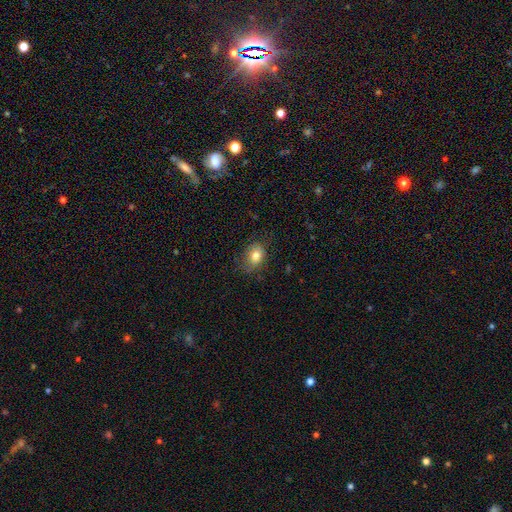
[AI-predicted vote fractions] This is likely a smooth galaxy (78%). How rounded: likely in between (66%). Merging: likely none (70%).